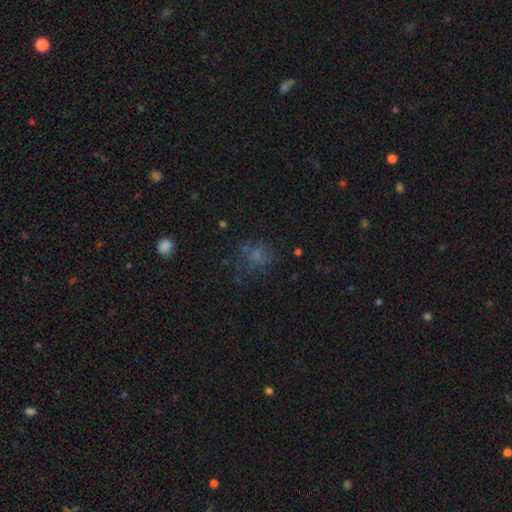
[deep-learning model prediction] smooth_or_featured: smooth (p=0.52) [alt: star or artifact p=0.26]
how_rounded: round (p=0.61) [alt: in between p=0.38]
merging: none (p=0.57) [alt: major disturbance p=0.20]